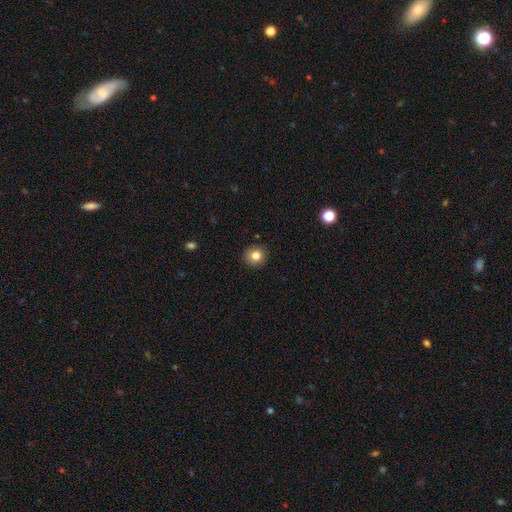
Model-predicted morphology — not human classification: This is clearly a smooth galaxy (83%). How rounded: clearly round (90%). Merging: clearly none (91%).